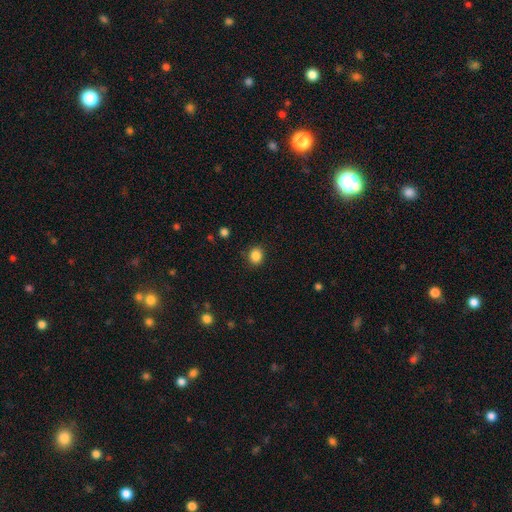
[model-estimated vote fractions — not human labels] Q: Smooth or featured?
A: smooth (86%); runner-up: star or artifact (11%)
Q: How rounded?
A: round (70%); runner-up: in between (29%)
Q: Merging?
A: none (87%); runner-up: minor disturbance (9%)